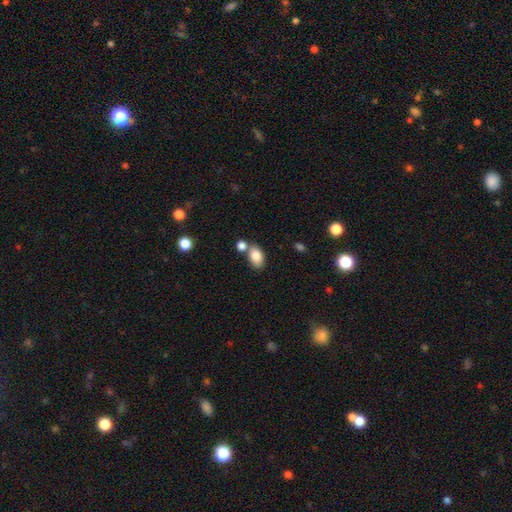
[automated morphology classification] Smooth or featured: smooth — 84% (star or artifact — 8%)
How rounded: in between — 87% (round — 11%)
Merging: none — 61% (merger — 23%)